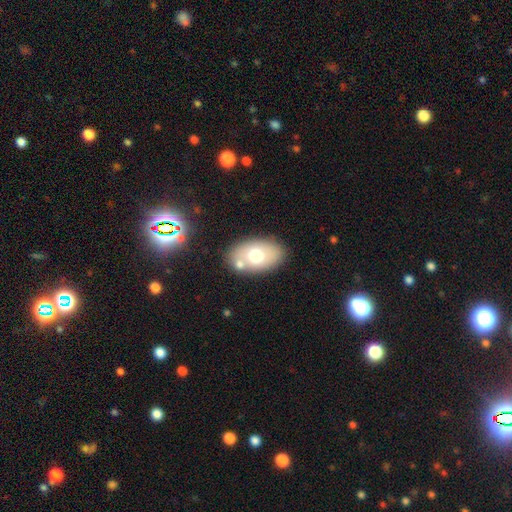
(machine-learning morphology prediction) The model was most divided on "smooth or featured": smooth: 65%, featured or disk: 26%, star or artifact: 9%. More confident: how rounded — in between (87%); merging — none (74%).